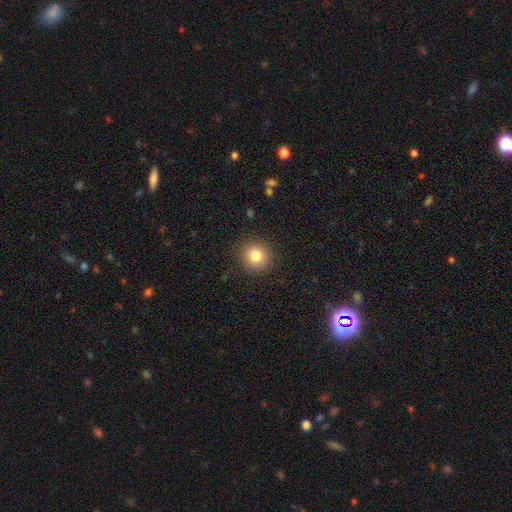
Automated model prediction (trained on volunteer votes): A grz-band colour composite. It shows a smooth galaxy with no disk features (82%) that is round (92%). Merging: none (90%).